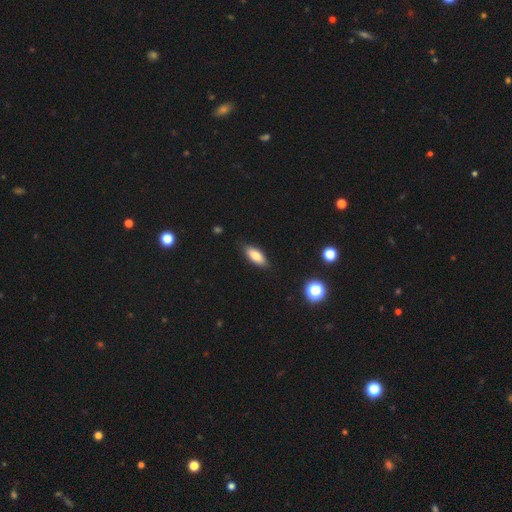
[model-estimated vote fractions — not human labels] Morphology: type=smooth (80%); roundness=in between (82%); merging=none (84%).